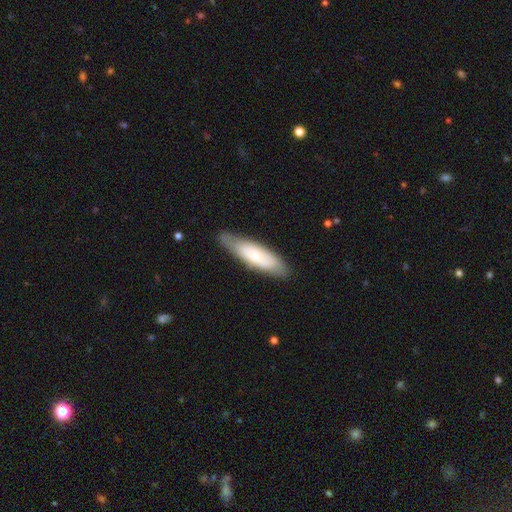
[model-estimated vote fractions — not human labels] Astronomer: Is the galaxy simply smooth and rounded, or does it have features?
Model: smooth — 60% (runner-up: featured or disk, 35%).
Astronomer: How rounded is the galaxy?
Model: cigar-shaped — 57% (runner-up: in between, 41%).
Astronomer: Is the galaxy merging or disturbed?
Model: none — 78%.